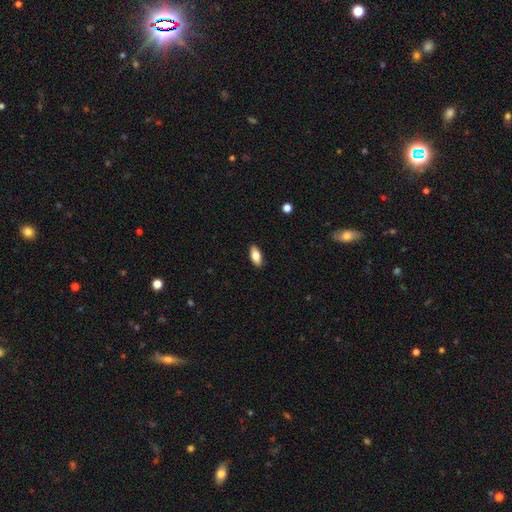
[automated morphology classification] Q: Smooth or featured?
A: smooth (79%); runner-up: featured or disk (14%)
Q: How rounded?
A: in between (86%); runner-up: cigar-shaped (11%)
Q: Merging?
A: none (89%); runner-up: minor disturbance (8%)